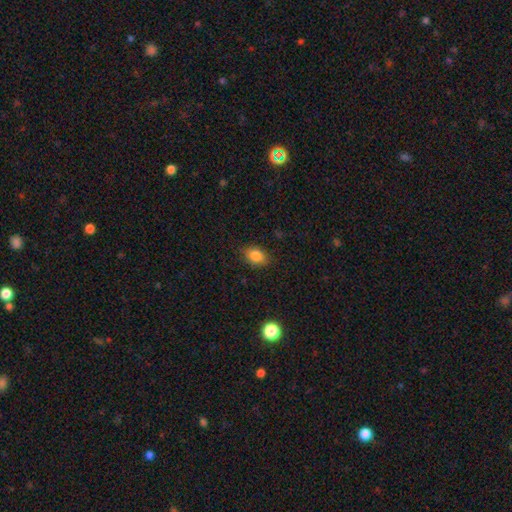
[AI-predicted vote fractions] Overall: smooth (83%). How rounded: in between (74%). Merging: none (82%).